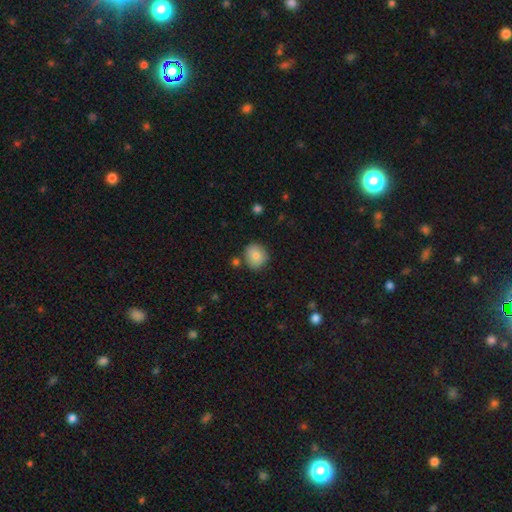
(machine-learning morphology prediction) smooth 79%, featured or disk 12%, star or artifact 9%. Down the decision tree: how rounded — round (85%); merging — none (81%).